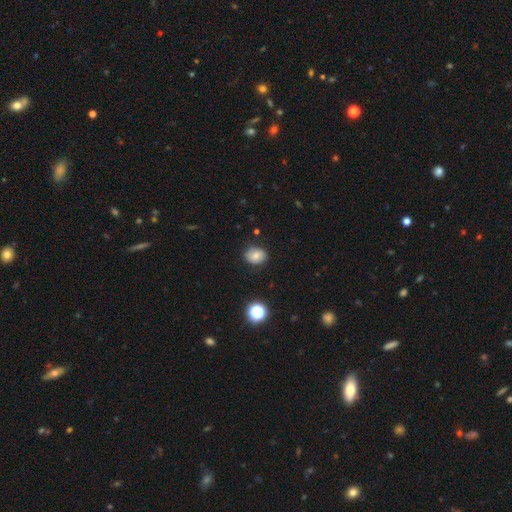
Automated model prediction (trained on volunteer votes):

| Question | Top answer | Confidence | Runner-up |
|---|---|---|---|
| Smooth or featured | smooth | 71% | featured or disk (16%) |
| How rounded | round | 57% | in between (42%) |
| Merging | none | 81% | minor disturbance (14%) |